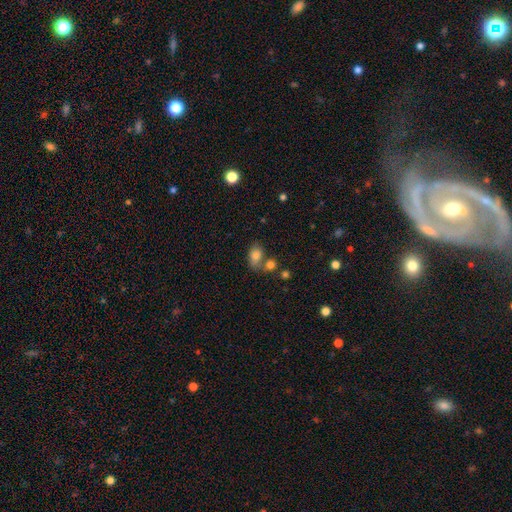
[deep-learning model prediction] The model was most divided on "merging": none: 49%, merger: 28%, minor disturbance: 16%, major disturbance: 7%. More confident: smooth or featured — smooth (79%); how rounded — in between (78%).